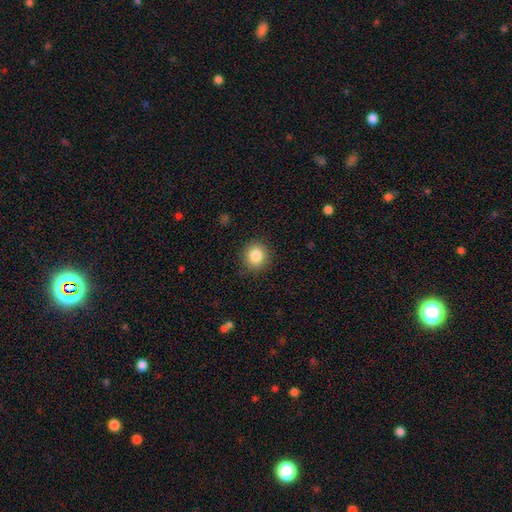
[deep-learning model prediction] A smooth galaxy with no disk features (85%) that is round (87%). Merging: none (89%).